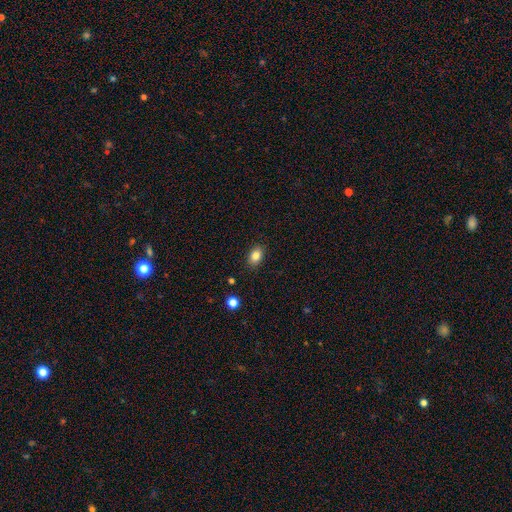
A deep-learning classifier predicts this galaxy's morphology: This is clearly a smooth galaxy (83%). How rounded: likely in between (79%). Merging: clearly none (88%).